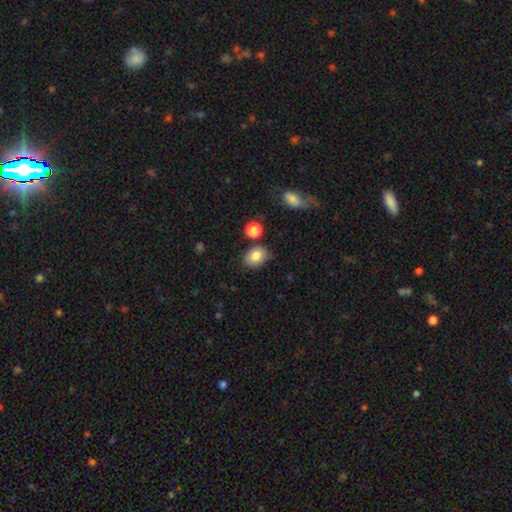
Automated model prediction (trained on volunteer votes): This appears to be a smooth galaxy with no disk features (82%) that is in between round and cigar-shaped (59%). Merging: none (75%).